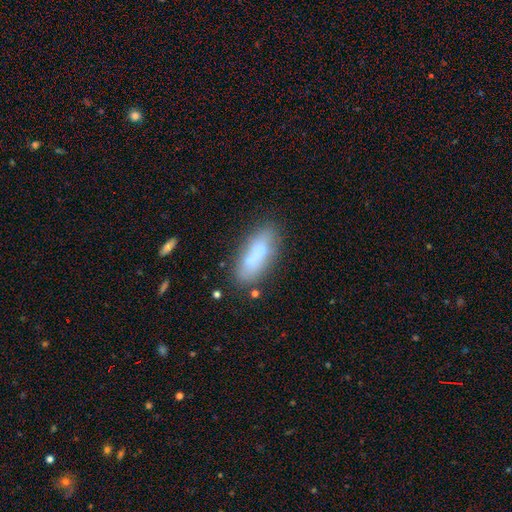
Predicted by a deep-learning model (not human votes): smooth 71%, featured or disk 20%, star or artifact 8%. Down the decision tree: how rounded — in between (73%); merging — none (67%).